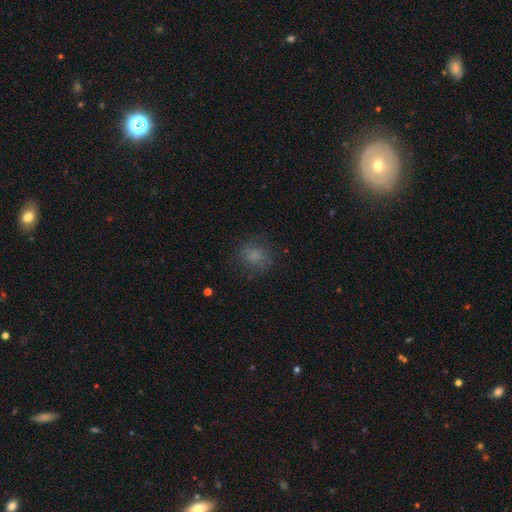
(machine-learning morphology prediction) This appears to be a smooth galaxy with no disk features (76%) that is round (77%). Merging: none (77%).